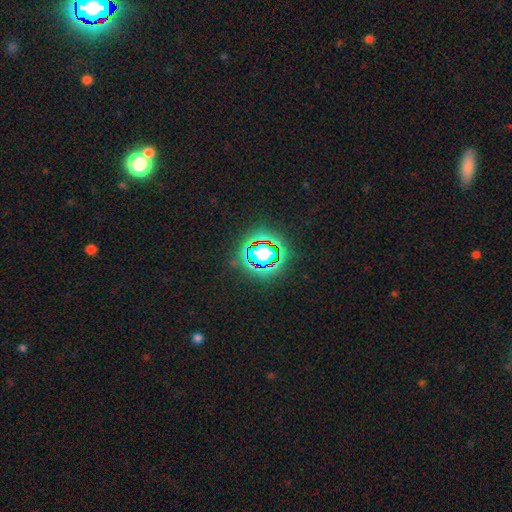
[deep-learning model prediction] Q: Smooth or featured?
A: star or artifact (80%); runner-up: smooth (13%)